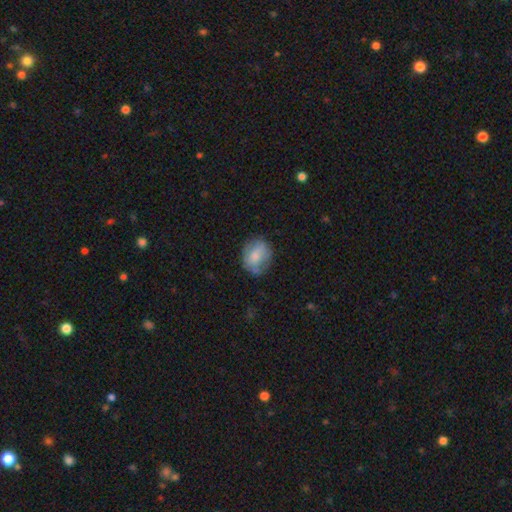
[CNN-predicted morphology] Smooth or featured?
  - smooth: 69% *
  - featured or disk: 24%
  - star or artifact: 7%
How rounded?
  - round: 55% *
  - in between: 44%
  - cigar-shaped: 1%
Merging?
  - none: 66% *
  - minor disturbance: 24%
  - major disturbance: 8%
  - merger: 3%